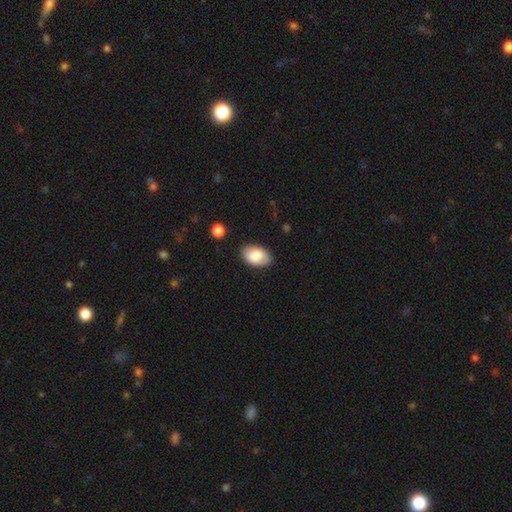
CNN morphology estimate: type=smooth (81%); roundness=in between (92%); merging=none (85%).